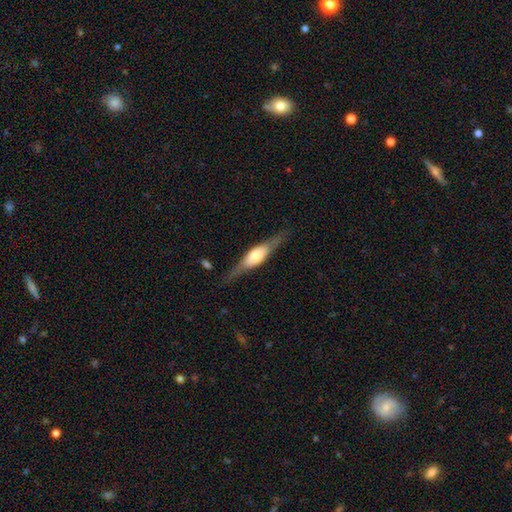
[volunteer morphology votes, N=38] smooth_or_featured: featured or disk (p=0.76) [alt: smooth p=0.21]
disk_edge_on: yes (p=0.86) [alt: no p=0.14]
edge_on_bulge: rounded (p=0.80) [alt: boxy p=0.20]
merging: none (p=0.76) [alt: minor disturbance p=0.19]